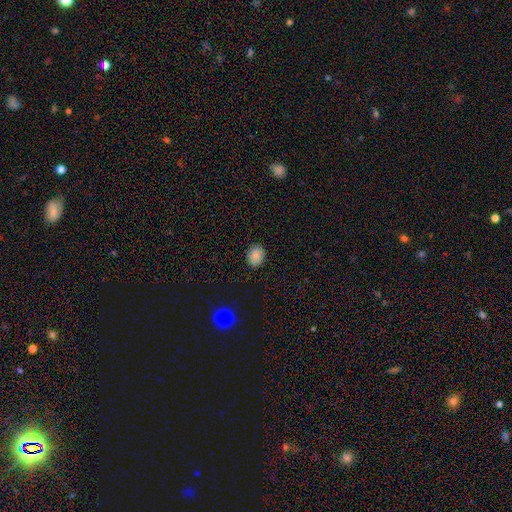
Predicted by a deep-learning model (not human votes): Q: Smooth or featured?
A: smooth (87%); runner-up: star or artifact (9%)
Q: How rounded?
A: in between (50%); tied with: round (50%)
Q: Merging?
A: none (88%); runner-up: minor disturbance (8%)